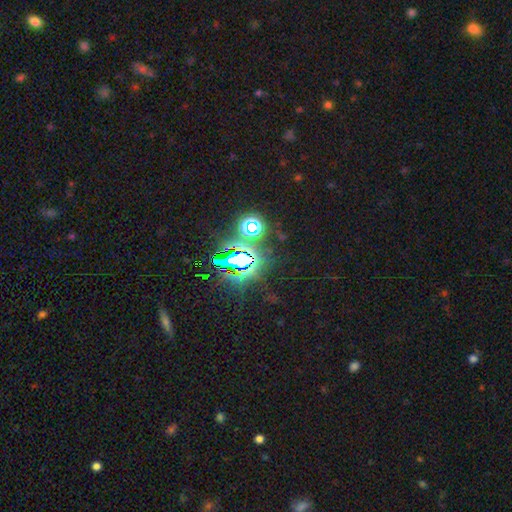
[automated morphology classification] type=star or artifact (79%).